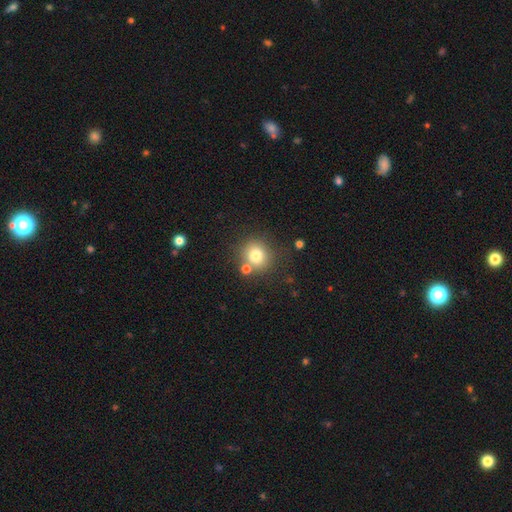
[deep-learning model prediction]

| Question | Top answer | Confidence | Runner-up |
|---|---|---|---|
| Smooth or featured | smooth | 77% | star or artifact (13%) |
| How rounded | round | 88% | in between (11%) |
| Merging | none | 71% | merger (14%) |